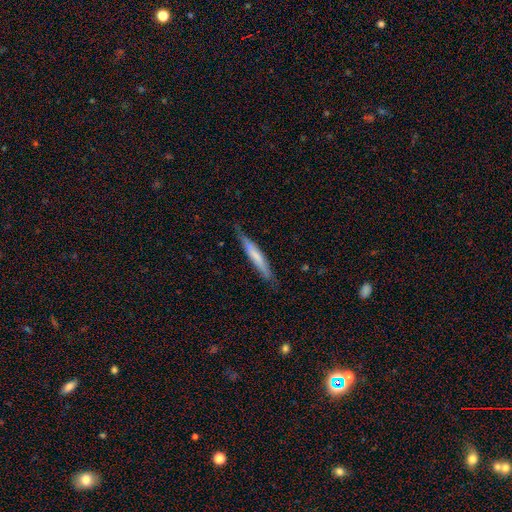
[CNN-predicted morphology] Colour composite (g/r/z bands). It shows a smooth galaxy with no disk features (58%) that is cigar-shaped (94%). Merging: none (78%).